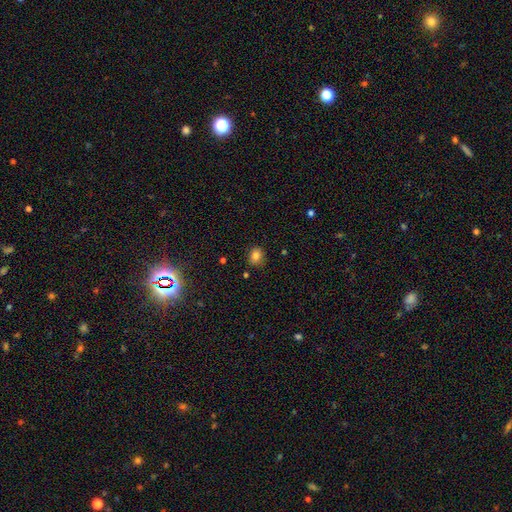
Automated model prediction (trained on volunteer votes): Smooth or featured? Predicted: smooth (p=0.81). How rounded? Predicted: round (p=0.65). Merging? Predicted: none (p=0.83).